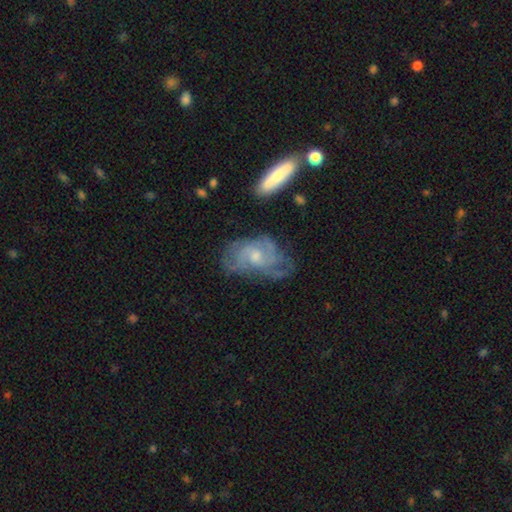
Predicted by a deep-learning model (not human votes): Overall: featured or disk (76%). Edge-on disk: no (95%). Bar: no (69%). Spiral arms: yes (86%). Spiral arm count: can't tell (39%; 3 20%). Spiral winding: tight (44%; medium 41%). Bulge size: moderate (46%; small 44%). Merging: none (56%; minor disturbance 24%).